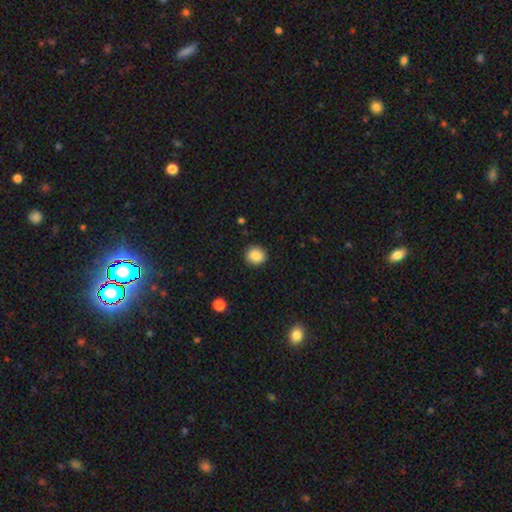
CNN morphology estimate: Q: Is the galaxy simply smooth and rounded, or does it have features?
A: smooth — 88%.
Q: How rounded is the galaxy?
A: round — 89%.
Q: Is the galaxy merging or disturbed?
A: none — 90%.